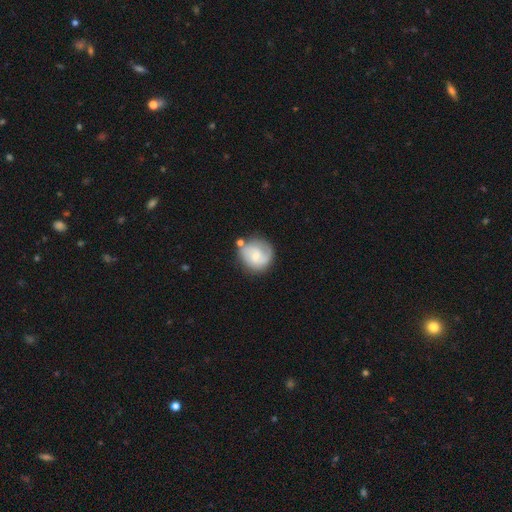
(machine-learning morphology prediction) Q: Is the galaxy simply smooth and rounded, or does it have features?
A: featured or disk — 54%.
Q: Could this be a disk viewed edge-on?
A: no — 98%.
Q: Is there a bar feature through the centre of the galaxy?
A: no — 54%.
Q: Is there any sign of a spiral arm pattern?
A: yes — 87%.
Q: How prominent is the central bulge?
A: small — 51%.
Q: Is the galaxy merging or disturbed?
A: none — 66%.